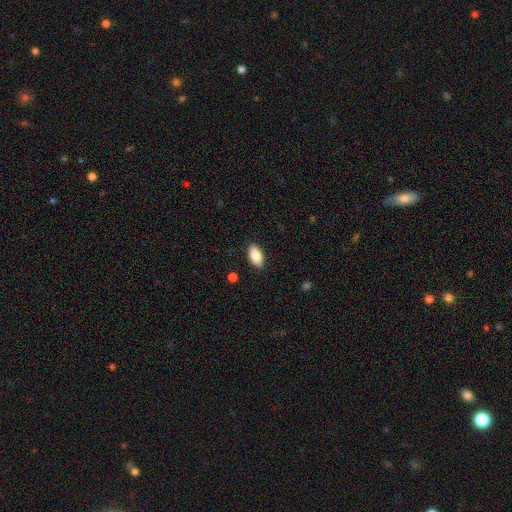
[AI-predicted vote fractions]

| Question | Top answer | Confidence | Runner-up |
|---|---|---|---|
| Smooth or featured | smooth | 84% | featured or disk (10%) |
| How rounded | in between | 92% | cigar-shaped (5%) |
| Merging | none | 88% | minor disturbance (9%) |